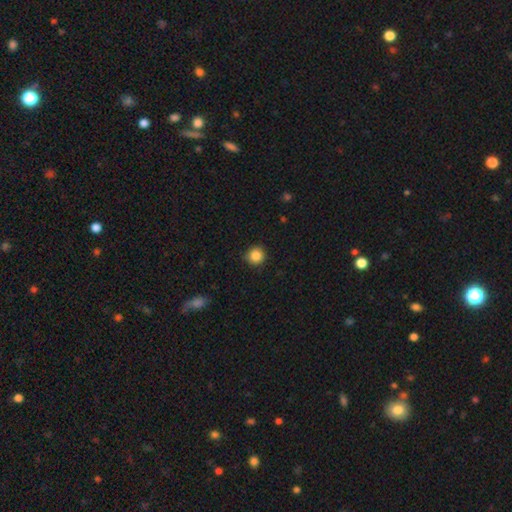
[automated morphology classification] smooth-or-featured: smooth: 85% | star or artifact: 11% | featured or disk: 4%
  how-rounded: round: 94% | in between: 5% | cigar-shaped: 1%
  merging: none: 89% | minor disturbance: 8% | major disturbance: 2% | merger: 1%